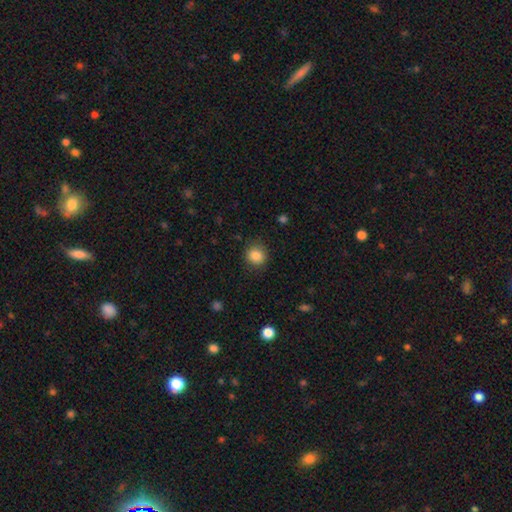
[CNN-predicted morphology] smooth_or_featured: smooth (p=0.86) [alt: star or artifact p=0.10]
how_rounded: round (p=0.87) [alt: in between p=0.12]
merging: none (p=0.86) [alt: minor disturbance p=0.10]